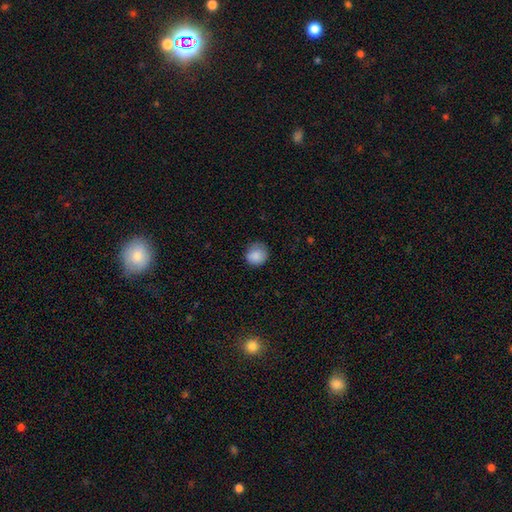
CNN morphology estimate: A smooth galaxy with no disk features (87%) that is round (86%). Merging: none (74%).